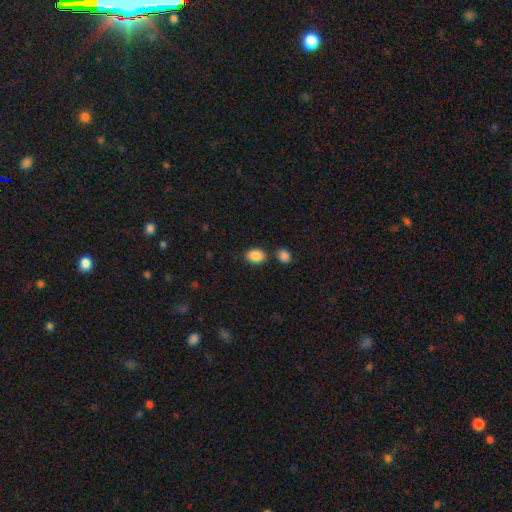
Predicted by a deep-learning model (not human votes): smooth-or-featured: smooth: 88% | star or artifact: 8% | featured or disk: 4%
  how-rounded: in between: 73% | round: 26% | cigar-shaped: 1%
  merging: none: 75% | merger: 12% | minor disturbance: 10% | major disturbance: 3%